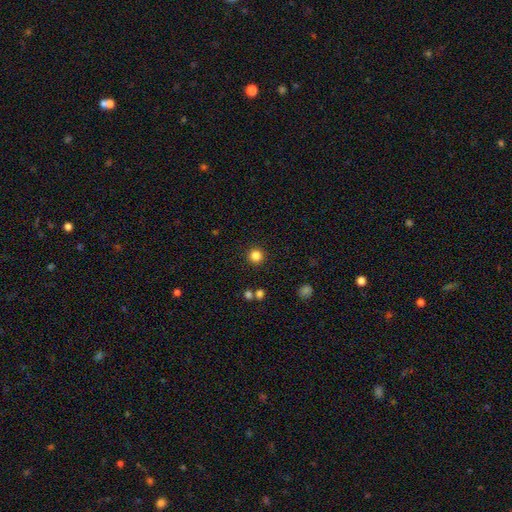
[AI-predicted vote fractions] smooth_or_featured: smooth (p=0.83) [alt: star or artifact p=0.12]
how_rounded: round (p=0.95) [alt: in between p=0.04]
merging: none (p=0.91) [alt: minor disturbance p=0.05]